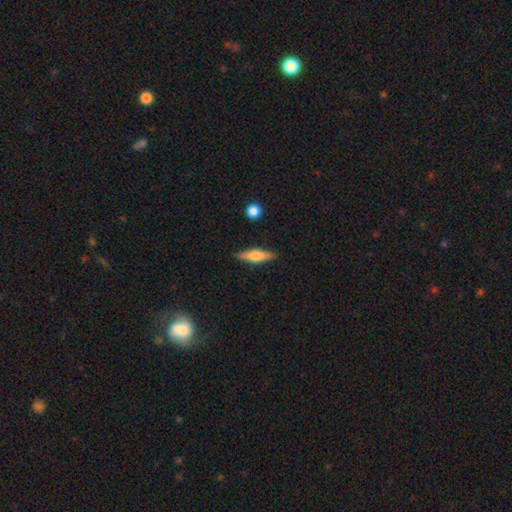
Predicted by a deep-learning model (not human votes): This is possibly a smooth galaxy (52%). How rounded: likely cigar-shaped (67%). Merging: clearly none (87%).